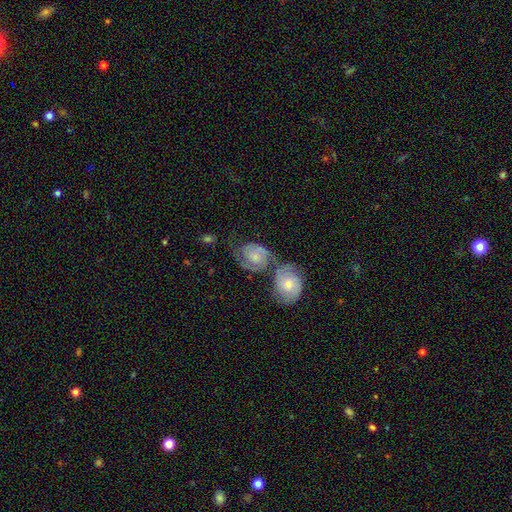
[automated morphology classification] A featured or disk galaxy (78%) with no bar (70%), 2 (80%) tight (45%) spiral arms (94%) and a small central bulge (51%).

Vote fractions:
- Smooth or featured? featured or disk: 78% / smooth: 16% / star or artifact: 6%
- Edge-on disk? no: 98% / yes: 2%
- Bar? no: 70% / weak: 26% / strong: 5%
- Spiral arms? yes: 94% / no: 6%
- Spiral winding? tight: 45% / medium: 44% / loose: 11%
- Spiral arm count? 2: 80% / can't tell: 9% / 3: 5% / 1: 3% / 4: 2% / more than 4: 2%
- Bulge size? small: 51% / moderate: 33% / none: 9% / large: 5% / dominant: 2%
- Merging? merger: 46% / none: 31% / minor disturbance: 14% / major disturbance: 10%